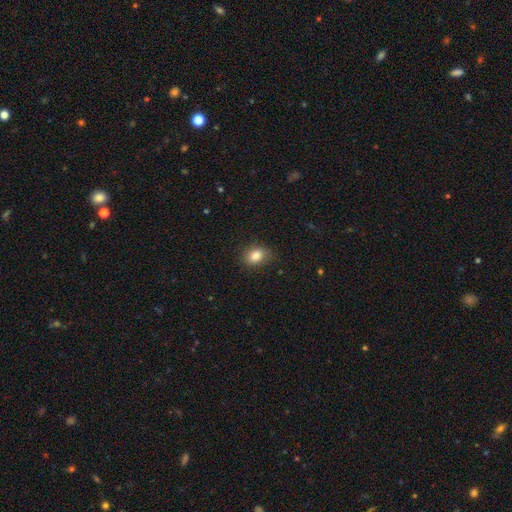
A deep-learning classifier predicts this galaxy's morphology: smooth-or-featured: smooth: 85% | star or artifact: 9% | featured or disk: 6%
  how-rounded: in between: 68% | round: 31% | cigar-shaped: 1%
  merging: none: 81% | minor disturbance: 15% | major disturbance: 4% | merger: 1%